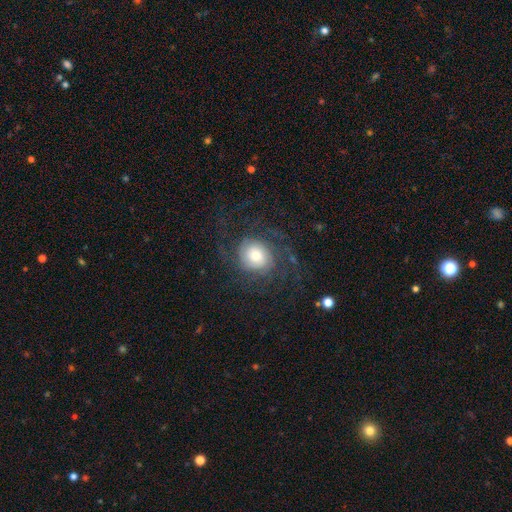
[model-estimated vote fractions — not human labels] Smooth or featured? featured or disk (67%)
Edge-on disk? no (97%)
Bar? no (76%)
Spiral arms? yes (92%)
Spiral winding? medium (39%)
Spiral arm count? can't tell (27%)
Bulge size? large (48%)
Merging? none (66%)